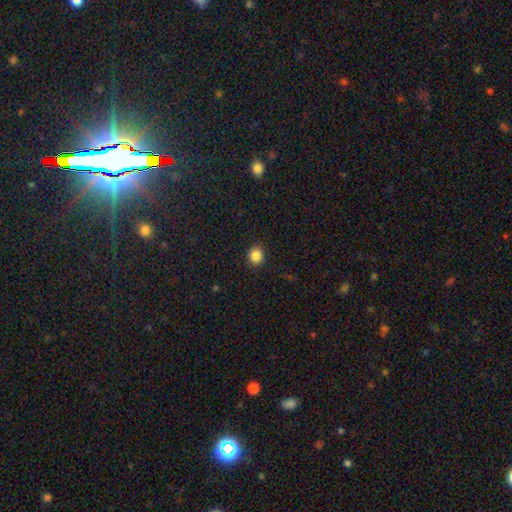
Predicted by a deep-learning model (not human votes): Overall: smooth (86%). How rounded: round (71%). Merging: none (90%).